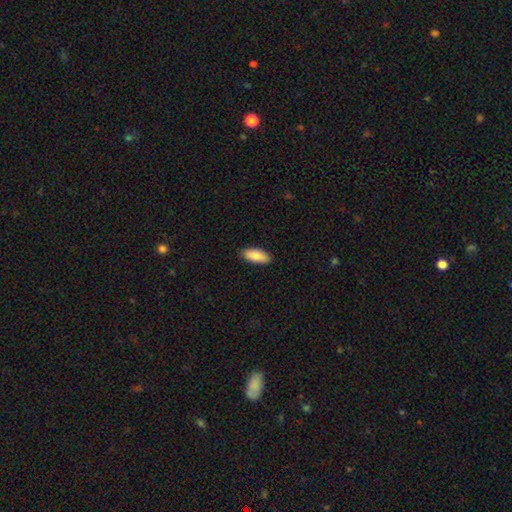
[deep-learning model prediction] The model was most divided on "how rounded": in between: 82%, cigar-shaped: 16%, round: 2%. More confident: merging — none (89%); smooth or featured — smooth (88%).